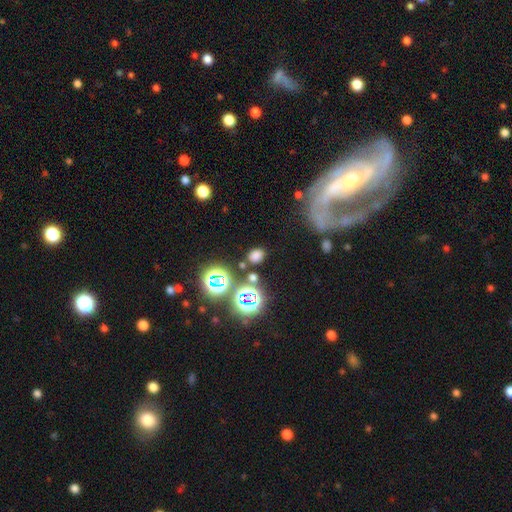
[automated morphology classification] Smooth or featured?
  - smooth: 66% *
  - star or artifact: 28%
  - featured or disk: 6%
How rounded?
  - in between: 52% *
  - round: 46%
  - cigar-shaped: 2%
Merging?
  - none: 80% *
  - minor disturbance: 10%
  - merger: 5%
  - major disturbance: 4%